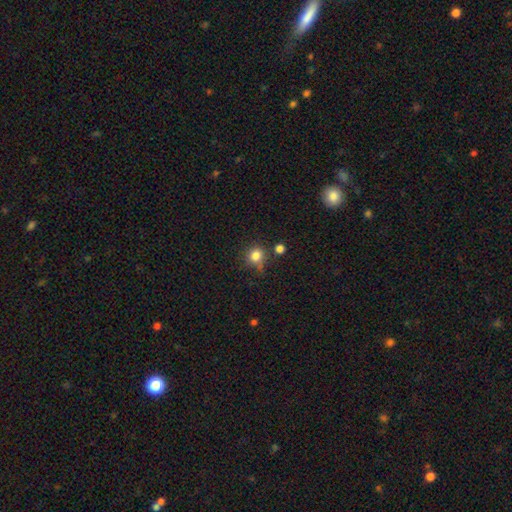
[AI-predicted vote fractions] smooth-or-featured: smooth: 81% | star or artifact: 13% | featured or disk: 6%
  how-rounded: round: 85% | in between: 14% | cigar-shaped: 1%
  merging: none: 70% | minor disturbance: 16% | merger: 10% | major disturbance: 5%